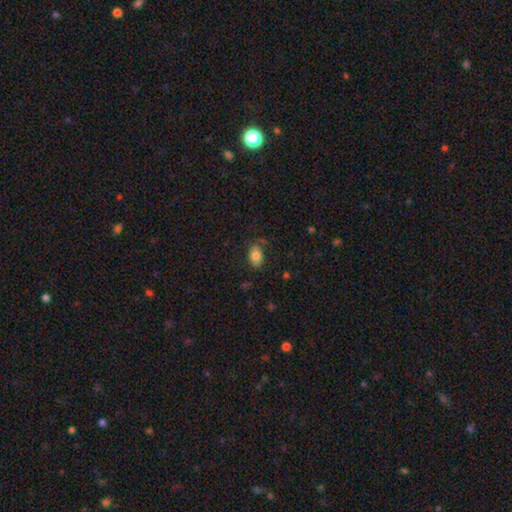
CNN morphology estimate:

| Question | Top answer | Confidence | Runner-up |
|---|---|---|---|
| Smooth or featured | smooth | 81% | featured or disk (10%) |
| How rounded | in between | 88% | round (10%) |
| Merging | none | 76% | minor disturbance (17%) |